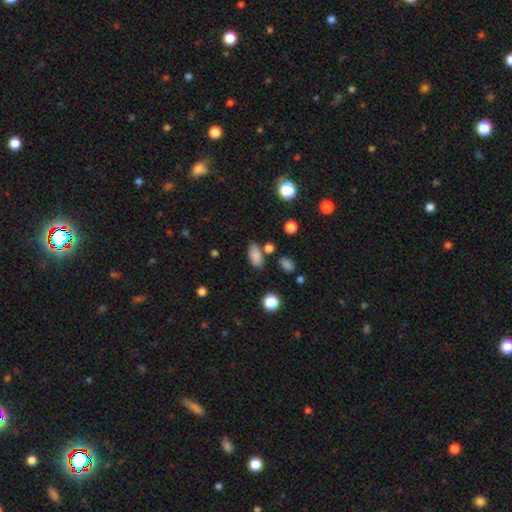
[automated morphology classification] Q: Smooth or featured?
A: smooth (83%); runner-up: star or artifact (11%)
Q: How rounded?
A: in between (90%); runner-up: round (6%)
Q: Merging?
A: none (73%); runner-up: minor disturbance (13%)